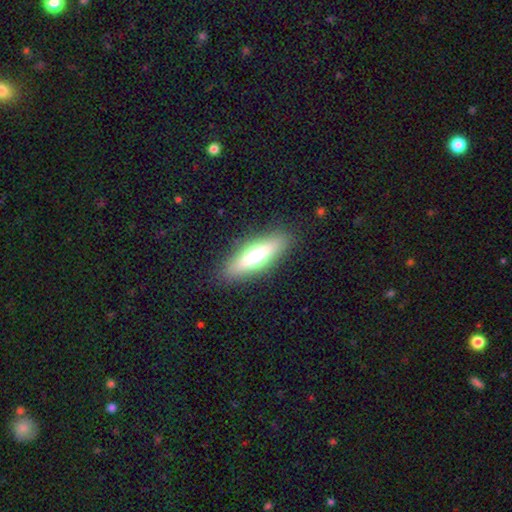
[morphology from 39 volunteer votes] Smooth or featured?
  - featured or disk: 51% *
  - smooth: 41%
  - star or artifact: 8%
Edge-on disk?
  - yes: 85% *
  - no: 15%
Edge-on bulge?
  - rounded: 94% *
  - none: 6%
  - boxy: 0%
Merging?
  - none: 97% *
  - minor disturbance: 3%
  - major disturbance: 0%
  - merger: 0%